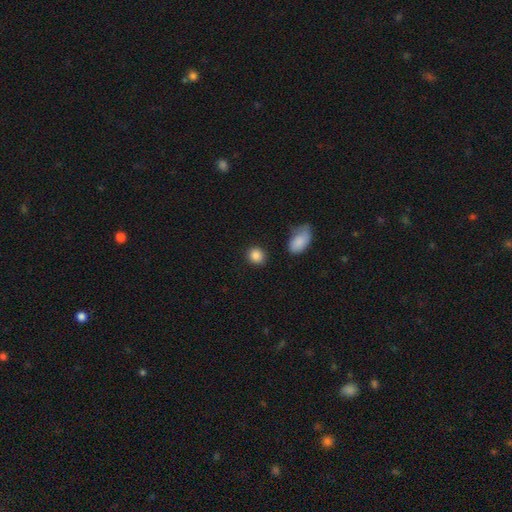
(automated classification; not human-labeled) A smooth galaxy with no disk features (86%) that is round (80%).

Vote fractions:
- Smooth or featured? smooth: 86% / star or artifact: 9% / featured or disk: 5%
- How rounded? round: 80% / in between: 19% / cigar-shaped: 1%
- Merging? none: 87% / minor disturbance: 8% / merger: 3% / major disturbance: 3%